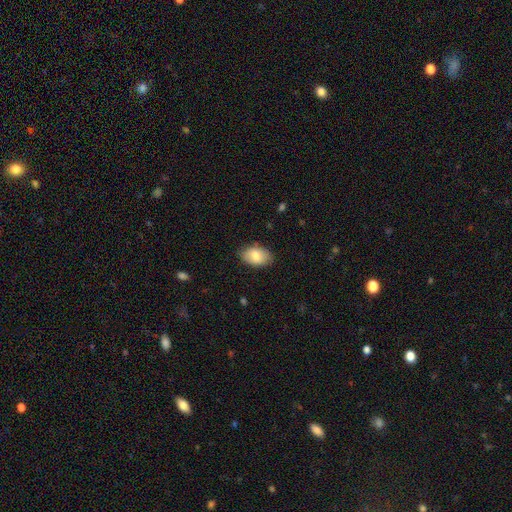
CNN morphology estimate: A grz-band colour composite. It shows a smooth galaxy with no disk features (79%) that is in between round and cigar-shaped (90%). Merging: none (83%).